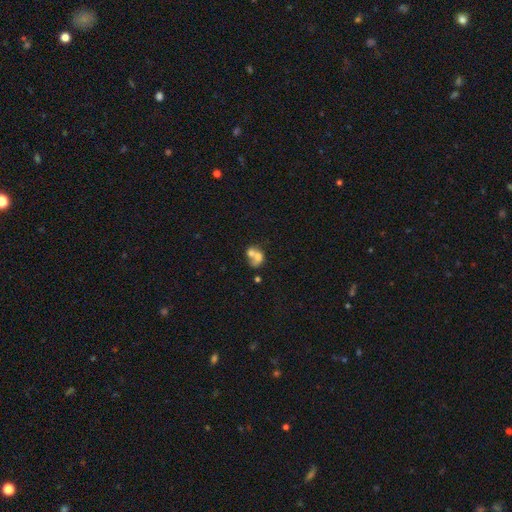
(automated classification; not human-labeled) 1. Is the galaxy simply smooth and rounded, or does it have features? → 59% smooth, 31% featured or disk, 10% star or artifact.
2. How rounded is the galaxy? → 51% in between, 48% round, 1% cigar-shaped.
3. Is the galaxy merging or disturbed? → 70% merger, 16% none, 8% major disturbance, 6% minor disturbance.